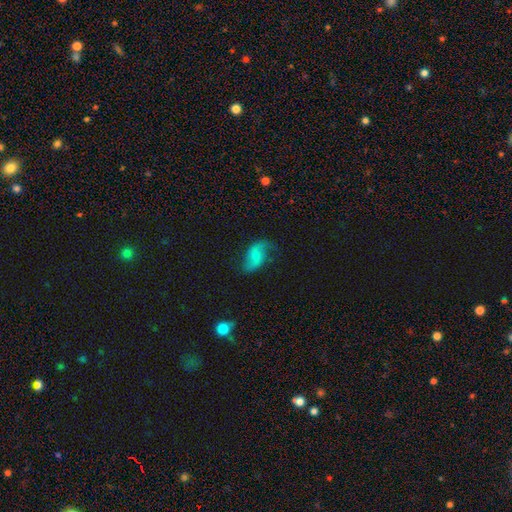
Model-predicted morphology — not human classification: Smooth or featured? featured or disk (56%)
Edge-on disk? no (96%)
Bar? no (44%)
Spiral arms? yes (87%)
Bulge size? small (44%)
Merging? none (61%)